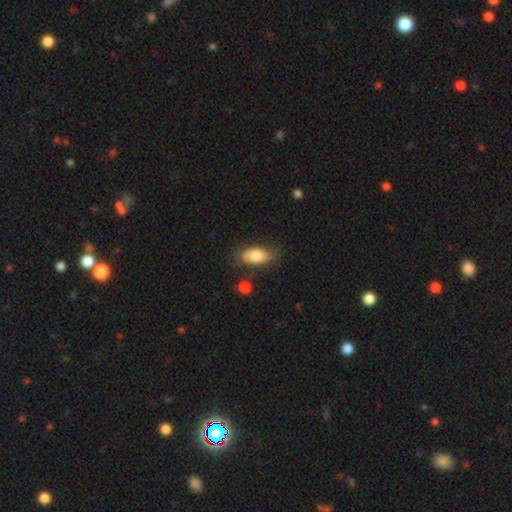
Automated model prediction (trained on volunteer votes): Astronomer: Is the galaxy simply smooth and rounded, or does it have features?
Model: smooth — 77%.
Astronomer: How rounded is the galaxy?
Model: in between — 90%.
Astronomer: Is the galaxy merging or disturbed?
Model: none — 71%.